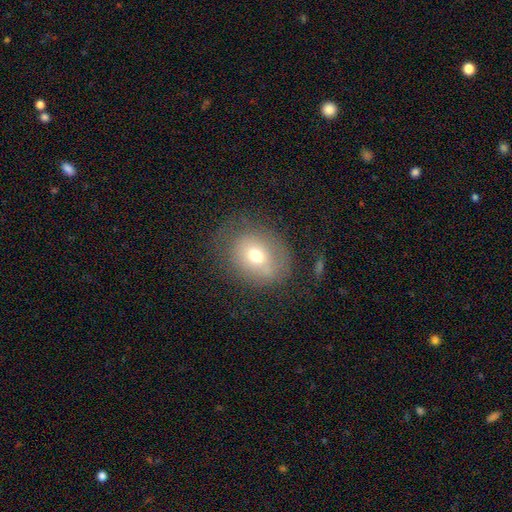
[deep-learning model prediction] Overall: smooth (66%). How rounded: round (53%; in between 46%). Merging: none (65%).